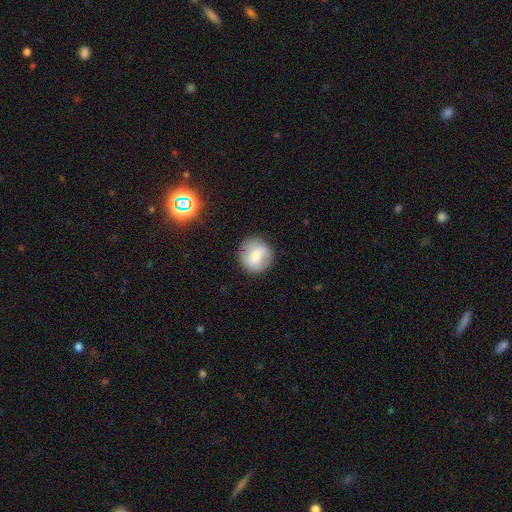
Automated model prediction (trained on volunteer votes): A smooth galaxy with no disk features (61%) that is round (91%). Merging: none (85%).